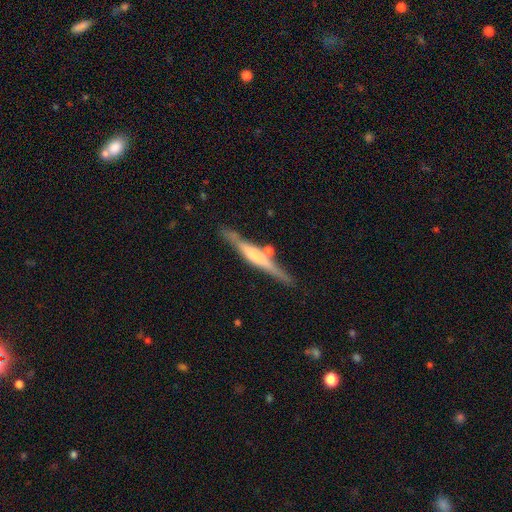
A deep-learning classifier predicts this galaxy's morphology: This is likely a featured or disk galaxy (64%). It is clearly viewed edge-on (96%). Edge-on bulge: marginally rounded (45%). Merging: likely none (77%).